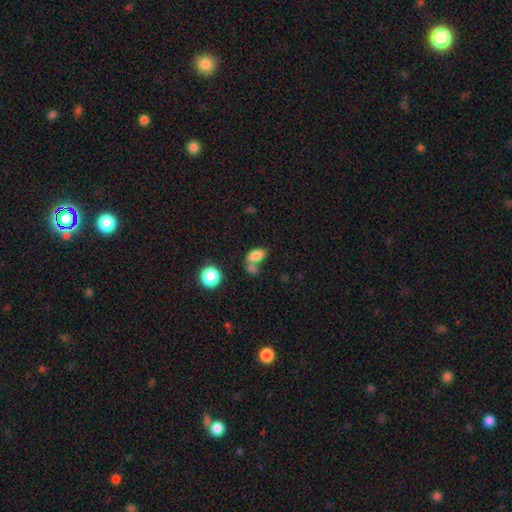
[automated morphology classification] Smooth or featured: smooth — 81% (star or artifact — 10%)
How rounded: in between — 87% (round — 10%)
Merging: merger — 42% (none — 38%)